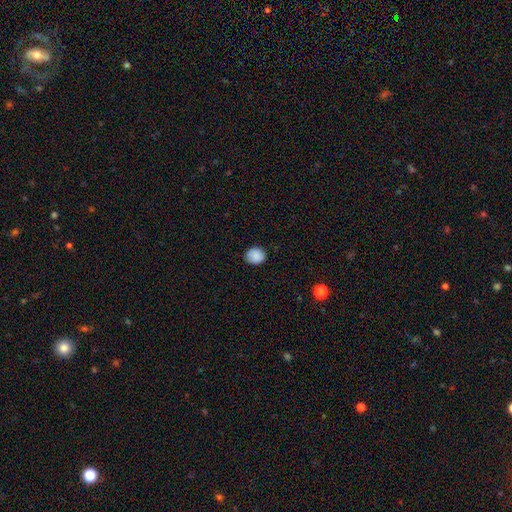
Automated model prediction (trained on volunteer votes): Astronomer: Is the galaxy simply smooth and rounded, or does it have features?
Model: smooth — 87%.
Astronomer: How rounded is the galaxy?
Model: round — 66%.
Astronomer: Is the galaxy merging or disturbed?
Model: none — 83%.